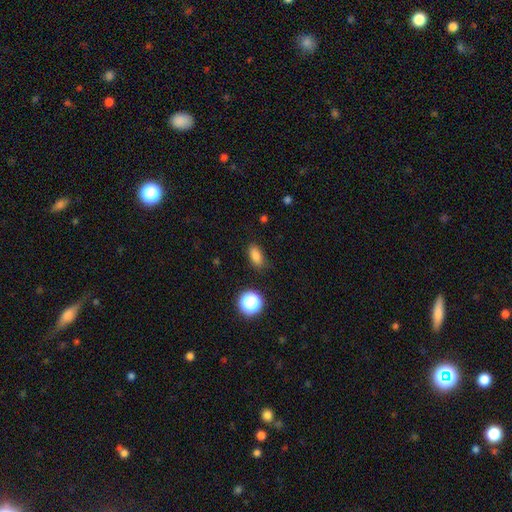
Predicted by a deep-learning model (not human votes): This appears to be a smooth galaxy with no disk features (83%) that is in between round and cigar-shaped (83%). Merging: none (82%).